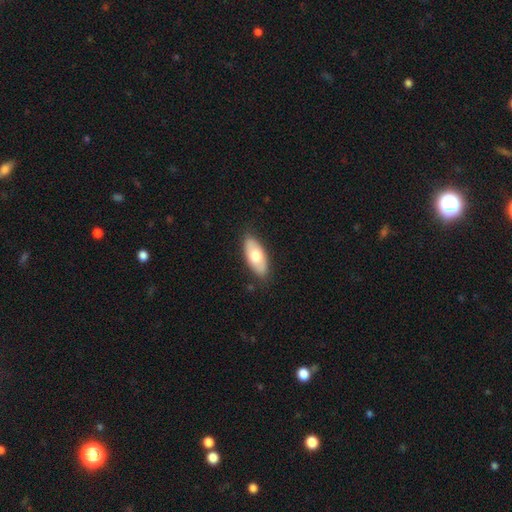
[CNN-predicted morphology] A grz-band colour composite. It shows a smooth galaxy with no disk features (68%) that is in between round and cigar-shaped (88%). Merging: none (84%).